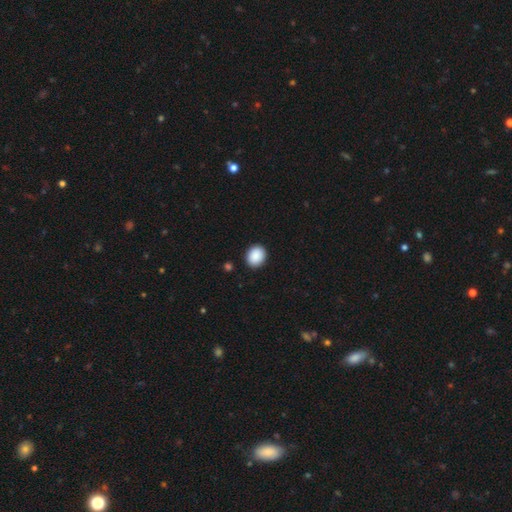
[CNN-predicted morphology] smooth 90%, star or artifact 8%, featured or disk 3%. Down the decision tree: how rounded — round (61%); merging — none (91%).